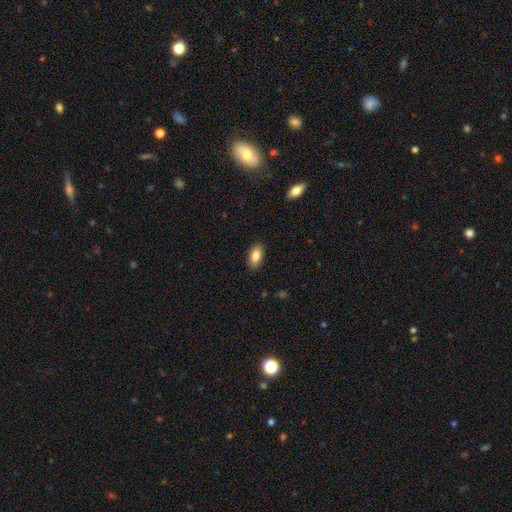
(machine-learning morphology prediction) A smooth galaxy with no disk features (85%) that is in between round and cigar-shaped (92%). Merging: none (88%).